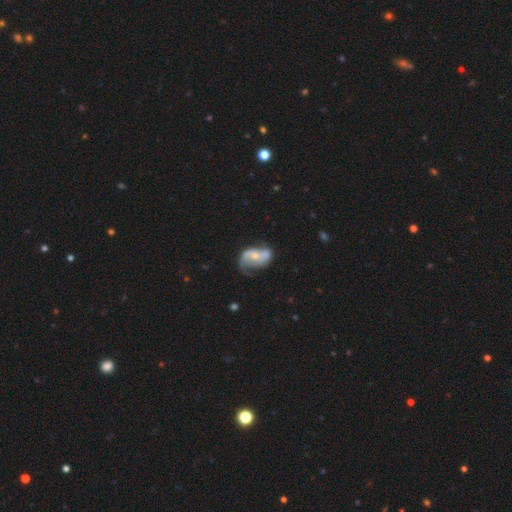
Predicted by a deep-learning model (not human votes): Smooth or featured? Predicted: featured or disk (p=0.70). Edge-on disk? Predicted: no (p=0.97). Bar? Predicted: no (p=0.57). Spiral arms? Predicted: yes (p=0.84). Spiral winding? Predicted: loose (p=0.53). Spiral arm count? Predicted: 2 (p=0.69). Bulge size? Predicted: moderate (p=0.47). Merging? Predicted: none (p=0.39).